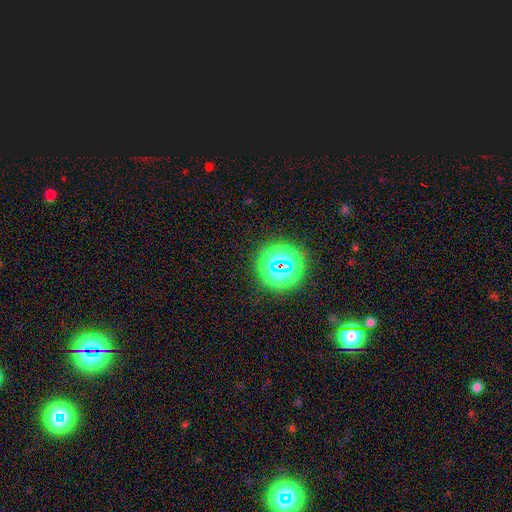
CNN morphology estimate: Smooth or featured? Predicted: star or artifact (p=0.74).